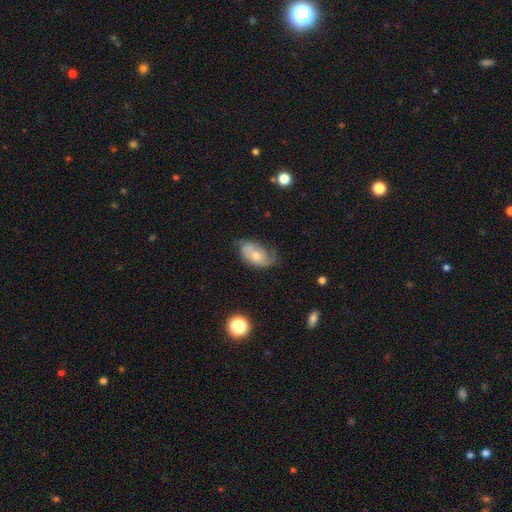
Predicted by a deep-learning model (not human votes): A featured or disk galaxy (61%) with no bar (76%), spiral arms (81%) and a small central bulge (48%).

Vote fractions:
- Smooth or featured? featured or disk: 61% / smooth: 31% / star or artifact: 9%
- Edge-on disk? no: 93% / yes: 7%
- Bar? no: 76% / weak: 19% / strong: 5%
- Spiral arms? yes: 81% / no: 19%
- Bulge size? small: 48% / moderate: 47% / large: 2% / none: 1% / dominant: 1%
- Merging? none: 56% / minor disturbance: 29% / major disturbance: 12% / merger: 2%